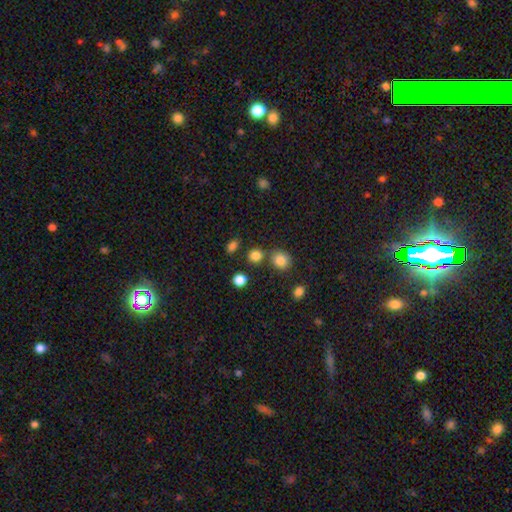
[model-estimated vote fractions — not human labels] The model was most divided on "how rounded": round: 79%, in between: 20%, cigar-shaped: 1%. More confident: smooth or featured — smooth (82%); merging — none (74%).